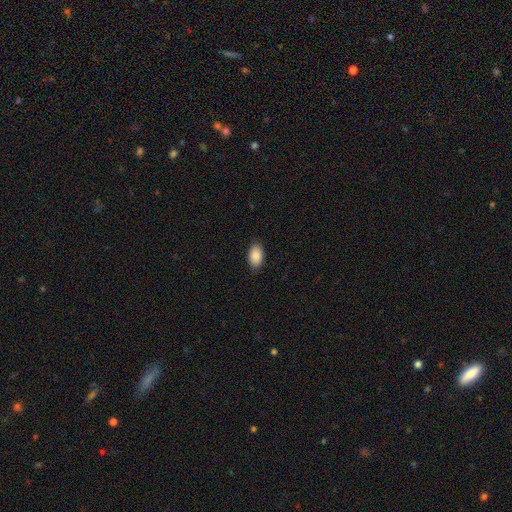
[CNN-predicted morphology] A smooth galaxy with no disk features (90%) that is in between round and cigar-shaped (94%).

Vote fractions:
- Smooth or featured? smooth: 90% / star or artifact: 7% / featured or disk: 4%
- How rounded? in between: 94% / round: 5% / cigar-shaped: 2%
- Merging? none: 87% / minor disturbance: 10% / major disturbance: 2% / merger: 1%